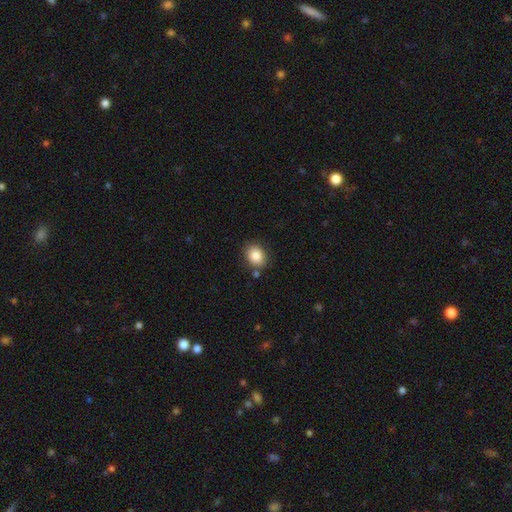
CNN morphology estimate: Smooth or featured?
  - smooth: 85% *
  - star or artifact: 9%
  - featured or disk: 6%
How rounded?
  - in between: 51% *
  - round: 48%
  - cigar-shaped: 1%
Merging?
  - none: 81% *
  - minor disturbance: 11%
  - merger: 5%
  - major disturbance: 3%